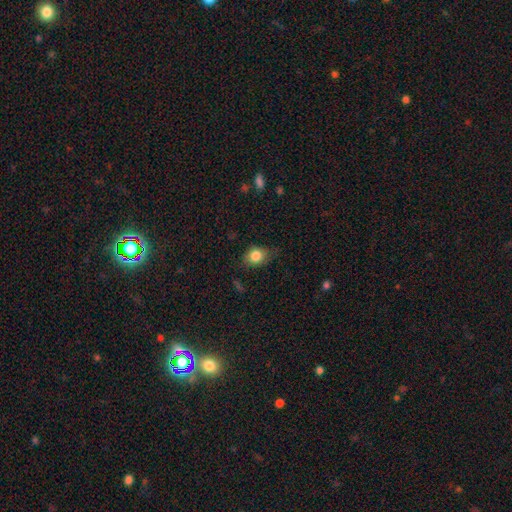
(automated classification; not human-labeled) A smooth galaxy with no disk features (82%) that is in between round and cigar-shaped (55%).

Vote fractions:
- Smooth or featured? smooth: 82% / star or artifact: 9% / featured or disk: 9%
- How rounded? in between: 55% / round: 43% / cigar-shaped: 2%
- Merging? none: 67% / minor disturbance: 25% / major disturbance: 6% / merger: 1%